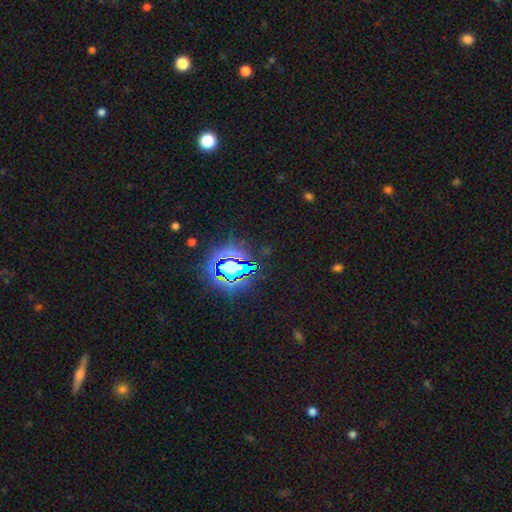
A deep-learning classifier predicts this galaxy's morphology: smooth_or_featured: star or artifact (p=0.79) [alt: smooth p=0.13]